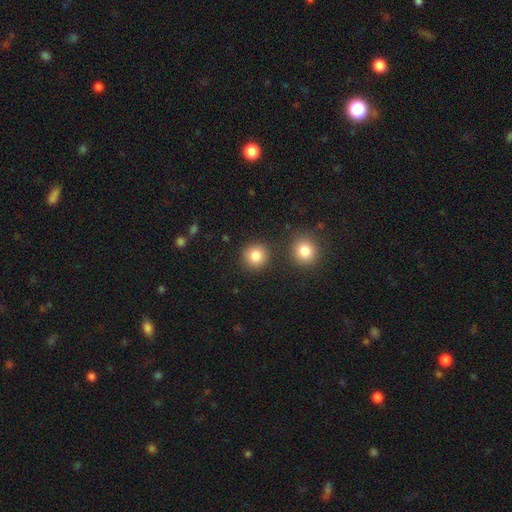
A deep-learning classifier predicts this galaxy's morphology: This appears to be a smooth galaxy with no disk features (86%) that is round (92%). Merging: none (85%).